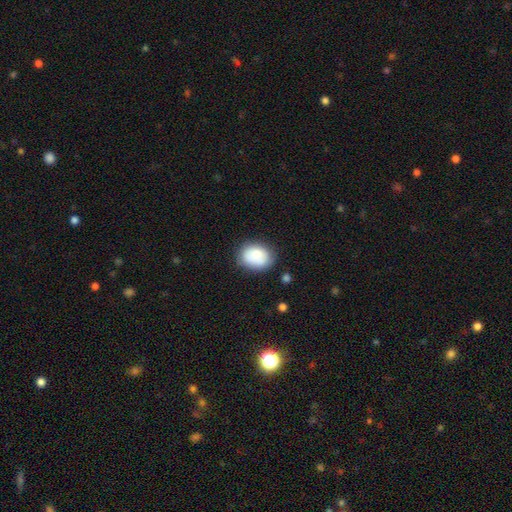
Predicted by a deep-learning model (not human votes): A smooth galaxy with no disk features (76%) that is in between round and cigar-shaped (64%). Merging: none (71%).